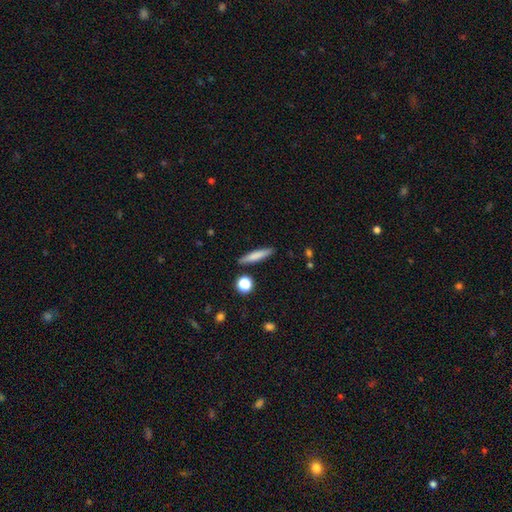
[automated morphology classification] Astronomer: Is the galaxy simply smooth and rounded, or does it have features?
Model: smooth — 74%.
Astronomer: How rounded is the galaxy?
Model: cigar-shaped — 89%.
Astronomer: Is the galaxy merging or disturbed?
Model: none — 88%.